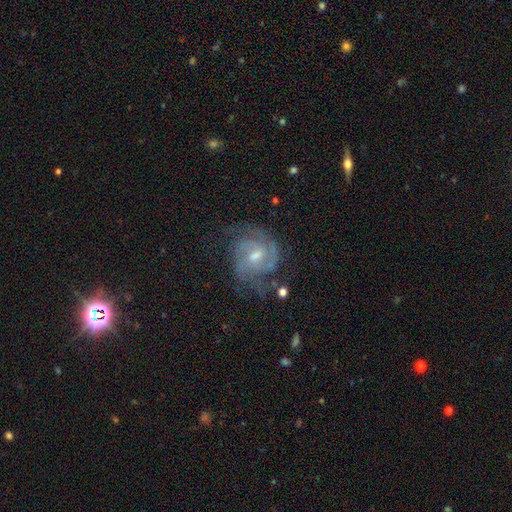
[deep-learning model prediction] Q: Smooth or featured?
A: featured or disk (83%); runner-up: smooth (10%)
Q: Edge-on disk?
A: no (97%); runner-up: yes (3%)
Q: Bar?
A: weak (59%); runner-up: no (28%)
Q: Spiral arms?
A: yes (94%); runner-up: no (6%)
Q: Spiral winding?
A: medium (44%); runner-up: tight (43%)
Q: Spiral arm count?
A: 2 (47%); runner-up: can't tell (21%)
Q: Bulge size?
A: moderate (55%); runner-up: small (36%)
Q: Merging?
A: none (58%); runner-up: minor disturbance (23%)